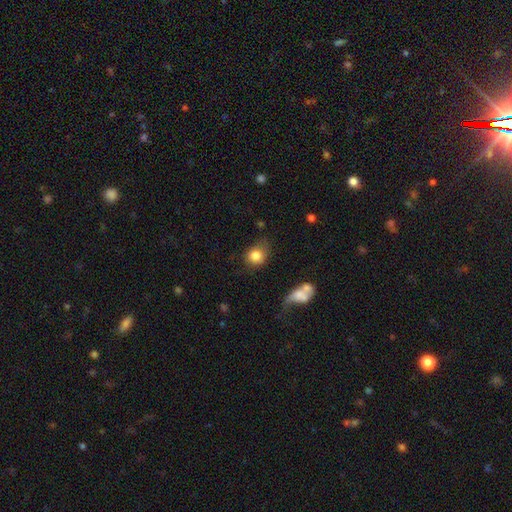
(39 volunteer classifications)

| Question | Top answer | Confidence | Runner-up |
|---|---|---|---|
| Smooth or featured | smooth | 79% | featured or disk (13%) |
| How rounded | round | 71% | in between (29%) |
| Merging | none | 58% | minor disturbance (31%) |